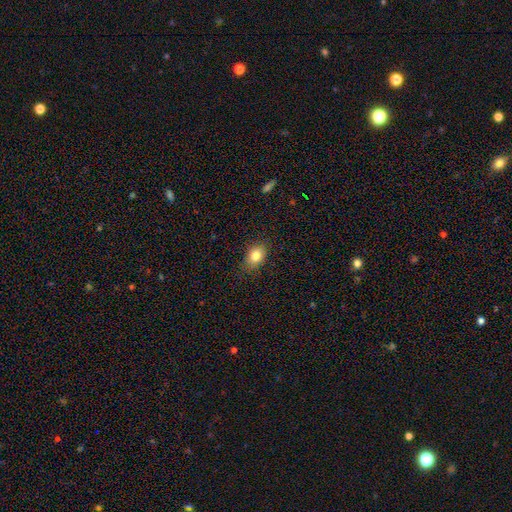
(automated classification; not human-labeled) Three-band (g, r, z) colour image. It shows a smooth galaxy with no disk features (81%) that is in between round and cigar-shaped (77%). Merging: none (82%).